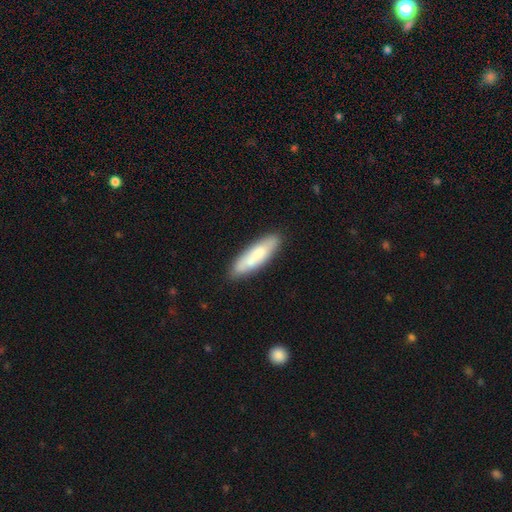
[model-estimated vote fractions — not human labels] smooth 69%, featured or disk 25%, star or artifact 6%. Down the decision tree: how rounded — cigar-shaped (62%); merging — none (79%).